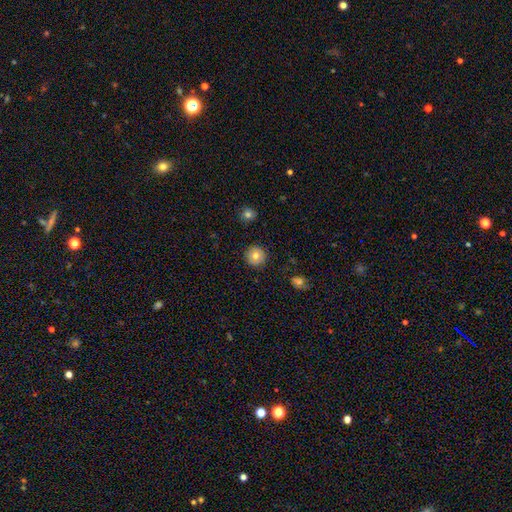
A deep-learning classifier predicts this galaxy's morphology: This appears to be a smooth galaxy with no disk features (75%) that is round (96%). Merging: none (90%).